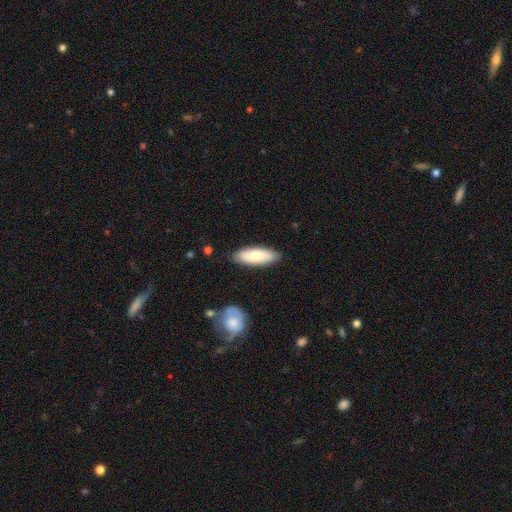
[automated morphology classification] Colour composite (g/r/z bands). It shows a smooth galaxy with no disk features (76%) that is in between round and cigar-shaped (66%). Merging: none (85%).